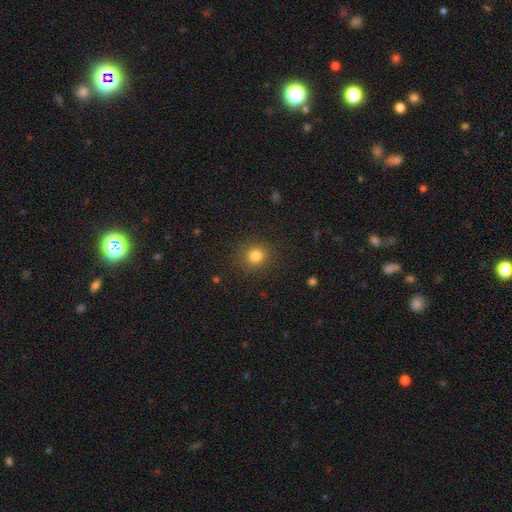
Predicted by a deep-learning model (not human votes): A smooth galaxy with no disk features (81%) that is round (90%). Merging: none (89%).